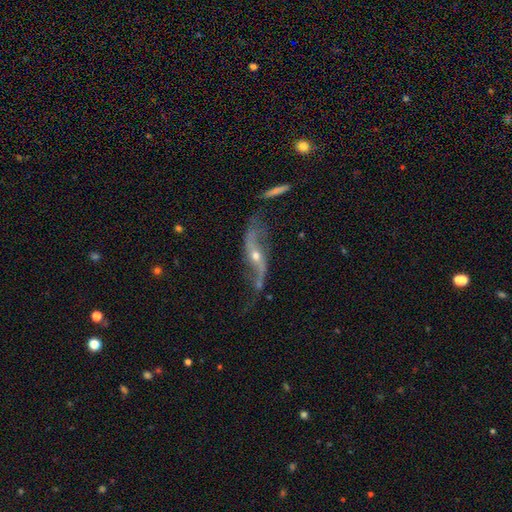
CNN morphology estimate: Overall: featured or disk (86%). Edge-on disk: no (81%). Bar: no (52%; weak 30%). Spiral arms: yes (93%). Spiral arm count: 2 (91%). Spiral winding: loose (87%). Bulge size: small (54%; moderate 41%). Merging: none (57%; minor disturbance 22%).